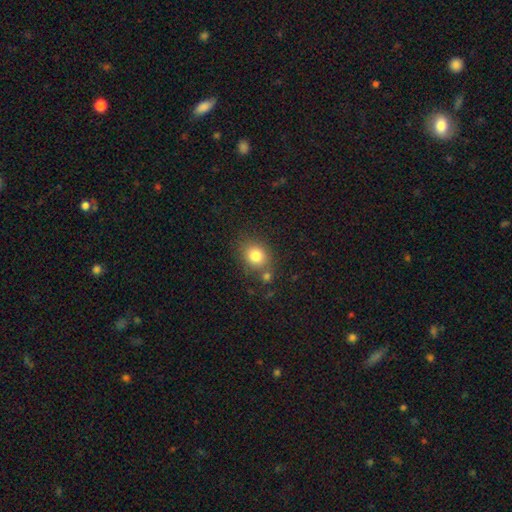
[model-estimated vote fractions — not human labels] Smooth or featured?
  - smooth: 81% *
  - star or artifact: 11%
  - featured or disk: 8%
How rounded?
  - round: 65% *
  - in between: 34%
  - cigar-shaped: 1%
Merging?
  - none: 69% *
  - minor disturbance: 14%
  - merger: 13%
  - major disturbance: 4%